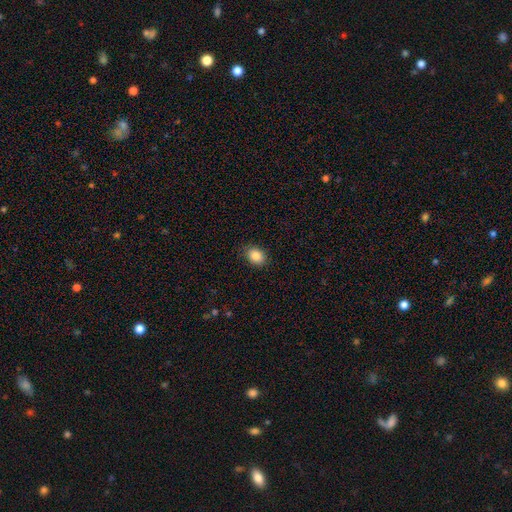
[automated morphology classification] type=smooth (87%); roundness=in between (68%); merging=none (86%).